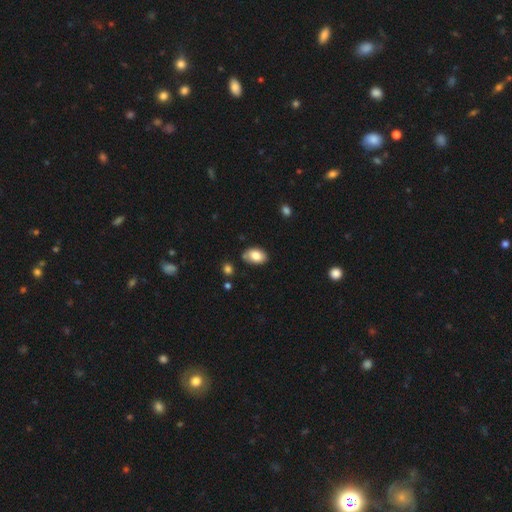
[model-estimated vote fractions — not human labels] Smooth or featured? Predicted: smooth (p=0.80). How rounded? Predicted: in between (p=0.88). Merging? Predicted: none (p=0.72).